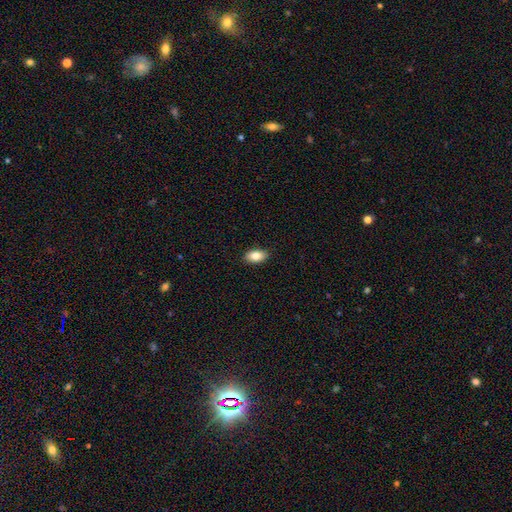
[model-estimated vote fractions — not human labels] Q: Smooth or featured?
A: smooth (83%); runner-up: featured or disk (10%)
Q: How rounded?
A: in between (92%); runner-up: round (6%)
Q: Merging?
A: none (90%); runner-up: minor disturbance (8%)